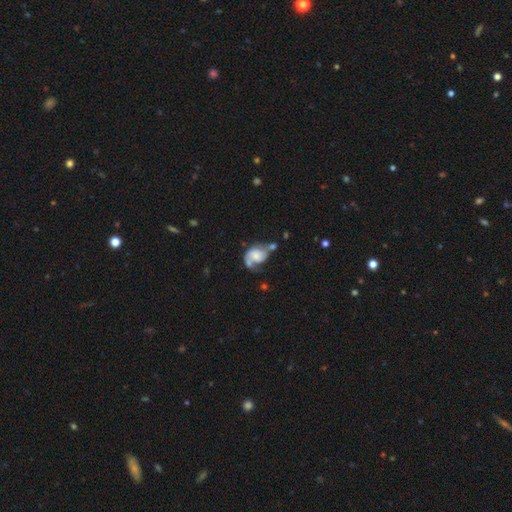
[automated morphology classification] Smooth or featured? featured or disk (59%)
Edge-on disk? no (98%)
Bar? no (66%)
Spiral arms? yes (81%)
Bulge size? small (36%)
Merging? none (30%)